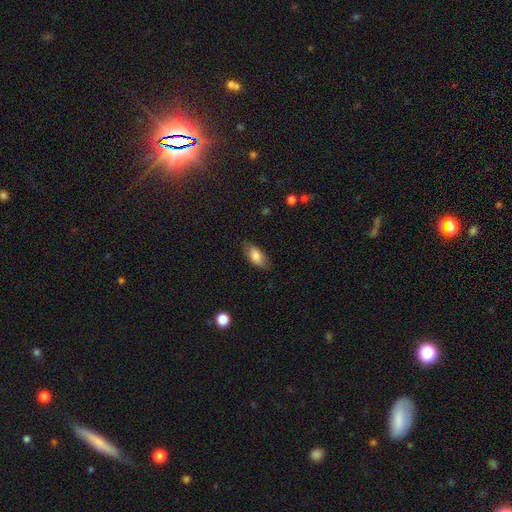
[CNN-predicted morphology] Smooth or featured?
  - smooth: 77% *
  - featured or disk: 15%
  - star or artifact: 7%
How rounded?
  - in between: 89% *
  - cigar-shaped: 7%
  - round: 4%
Merging?
  - none: 78% *
  - minor disturbance: 17%
  - major disturbance: 4%
  - merger: 1%